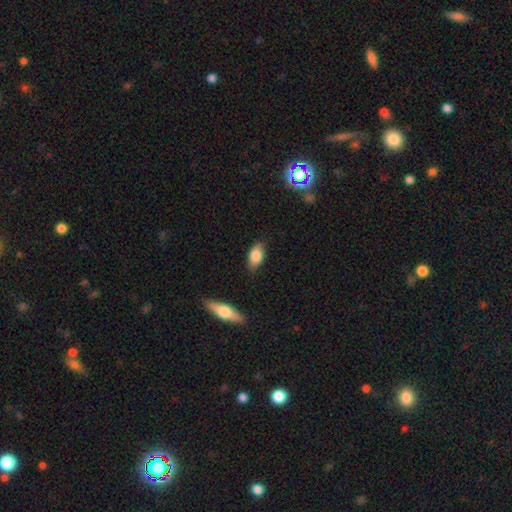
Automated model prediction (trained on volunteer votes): This appears to be a smooth galaxy with no disk features (81%) that is in between round and cigar-shaped (88%). Merging: none (80%).